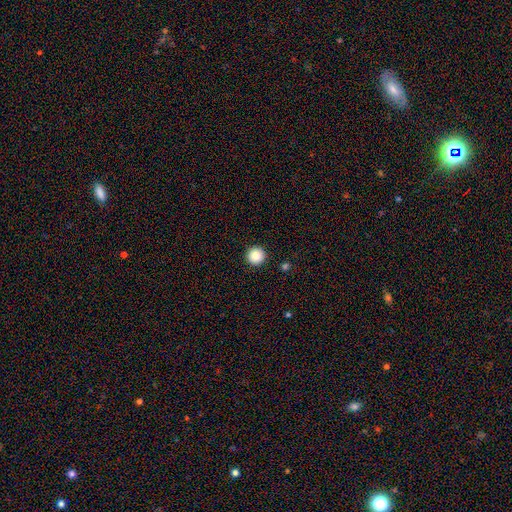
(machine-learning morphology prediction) This appears to be a smooth galaxy with no disk features (86%) that is round (97%). Merging: none (93%).